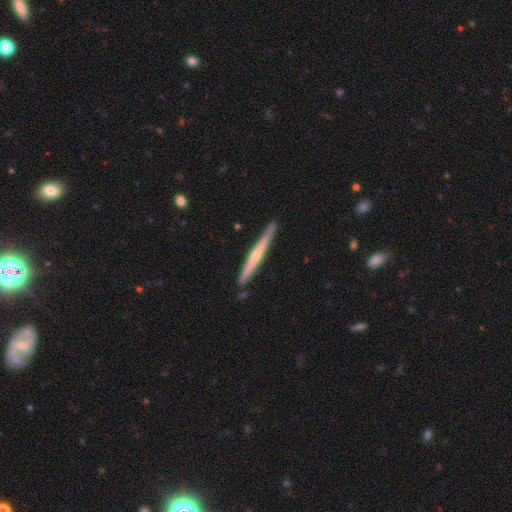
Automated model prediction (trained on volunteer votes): Overall: featured or disk (63%; smooth 32%). Edge-on disk: yes (97%). Edge-on bulge: rounded (67%; none 30%). Merging: none (89%).